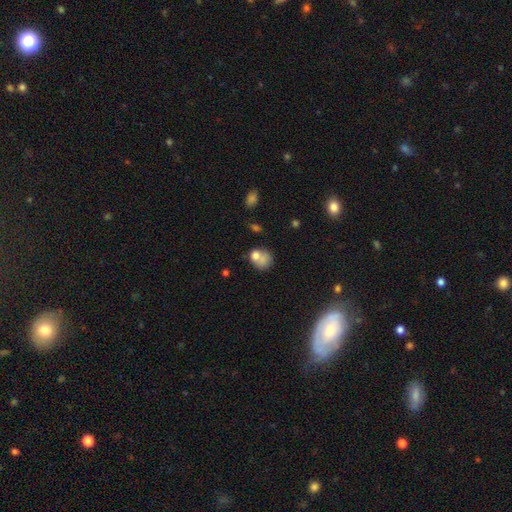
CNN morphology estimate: This is likely a smooth galaxy (72%). How rounded: likely round (62%). Merging: marginally none (36%).